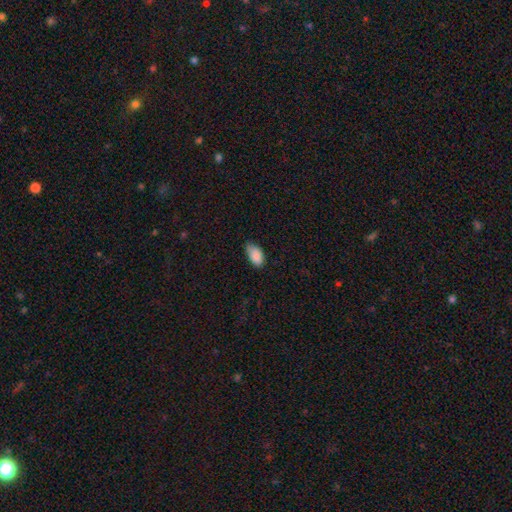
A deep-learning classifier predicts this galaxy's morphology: This is clearly a smooth galaxy (88%). How rounded: clearly in between (94%). Merging: possibly none (58%).